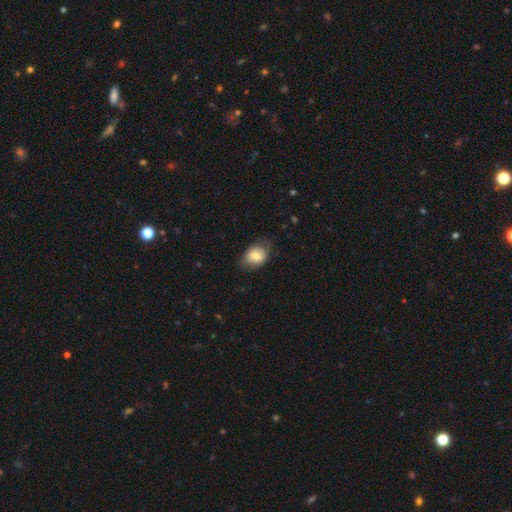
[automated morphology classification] A smooth galaxy with no disk features (72%) that is in between round and cigar-shaped (71%). Merging: none (65%).